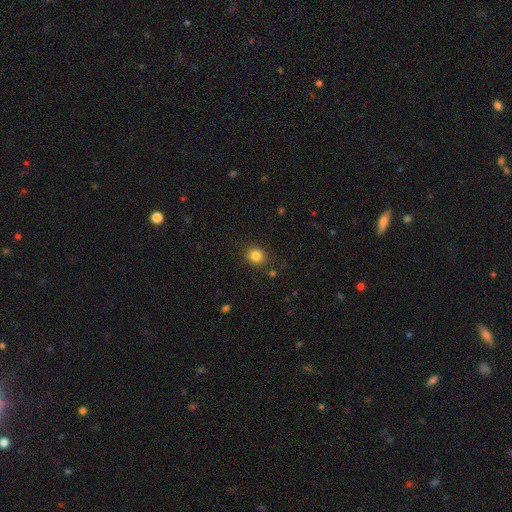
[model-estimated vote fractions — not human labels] Q: Smooth or featured?
A: smooth (83%); runner-up: star or artifact (12%)
Q: How rounded?
A: round (82%); runner-up: in between (17%)
Q: Merging?
A: none (86%); runner-up: minor disturbance (9%)